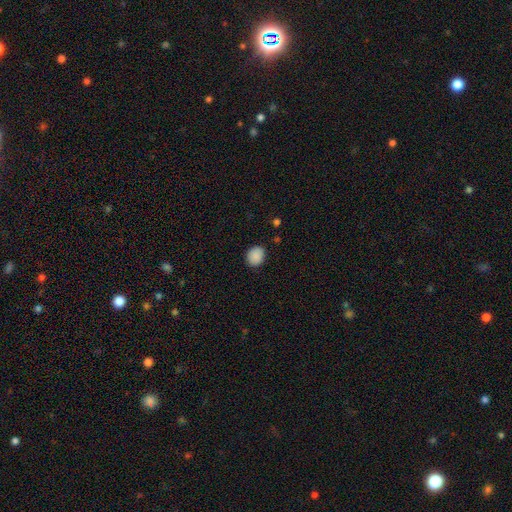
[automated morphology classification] Smooth or featured? smooth (89%)
How rounded? round (64%)
Merging? none (87%)